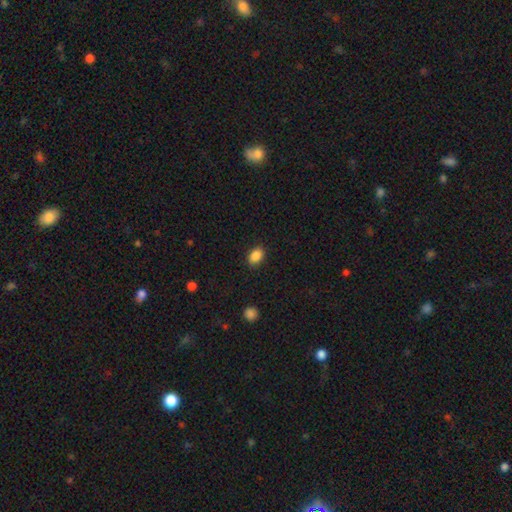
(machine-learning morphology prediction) smooth-or-featured: smooth: 88% | star or artifact: 8% | featured or disk: 3%
  how-rounded: in between: 80% | round: 19% | cigar-shaped: 1%
  merging: none: 87% | minor disturbance: 10% | major disturbance: 2% | merger: 1%